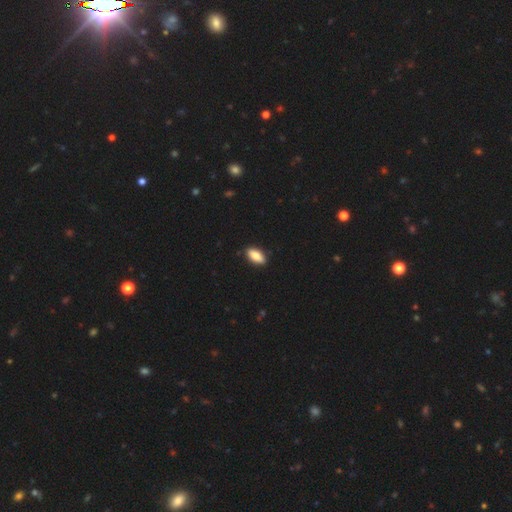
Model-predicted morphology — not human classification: This is clearly a smooth galaxy (83%). How rounded: clearly in between (88%). Merging: clearly none (90%).